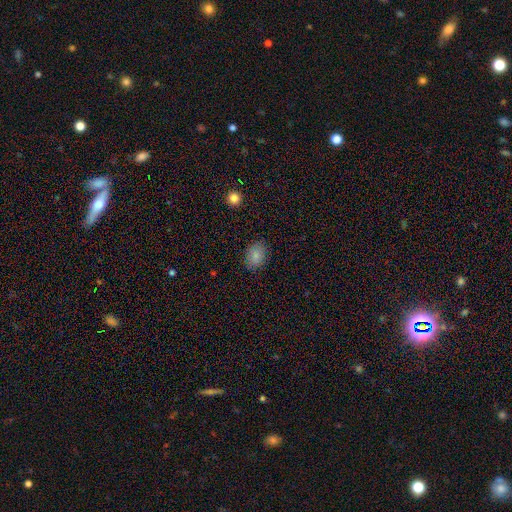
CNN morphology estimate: Q: Smooth or featured?
A: smooth (85%); runner-up: star or artifact (9%)
Q: How rounded?
A: in between (66%); runner-up: round (33%)
Q: Merging?
A: none (86%); runner-up: minor disturbance (11%)